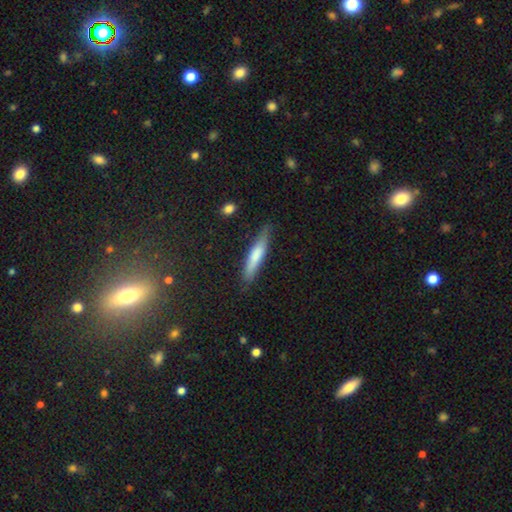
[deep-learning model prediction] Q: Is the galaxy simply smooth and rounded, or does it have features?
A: smooth — 68%.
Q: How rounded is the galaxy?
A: cigar-shaped — 87%.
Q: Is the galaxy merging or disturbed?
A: none — 79%.